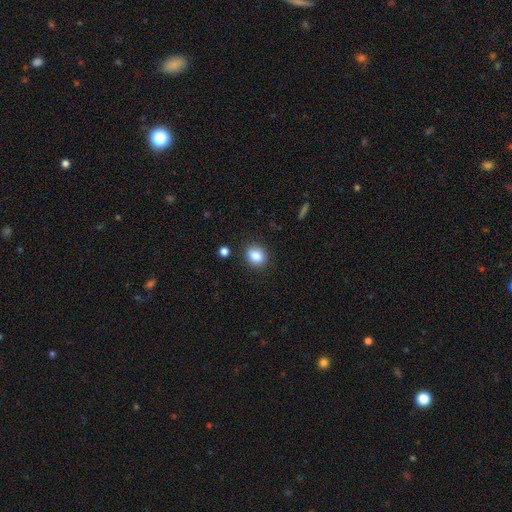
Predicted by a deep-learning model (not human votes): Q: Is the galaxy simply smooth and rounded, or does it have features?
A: smooth — 87%.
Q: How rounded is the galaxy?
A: round — 57%.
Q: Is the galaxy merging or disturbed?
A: none — 84%.